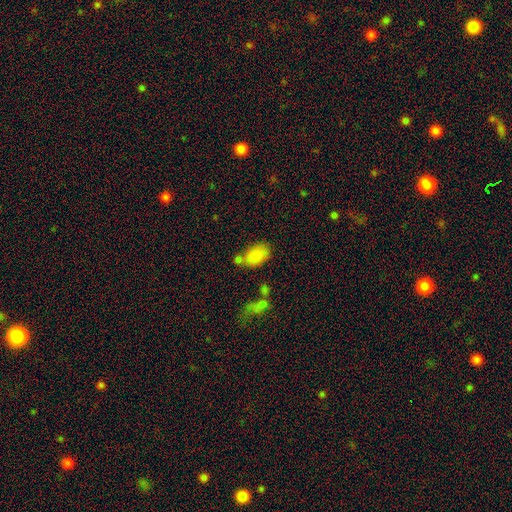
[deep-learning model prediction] Smooth or featured: smooth — 85% (star or artifact — 8%)
How rounded: in between — 91% (round — 7%)
Merging: none — 55% (merger — 20%)